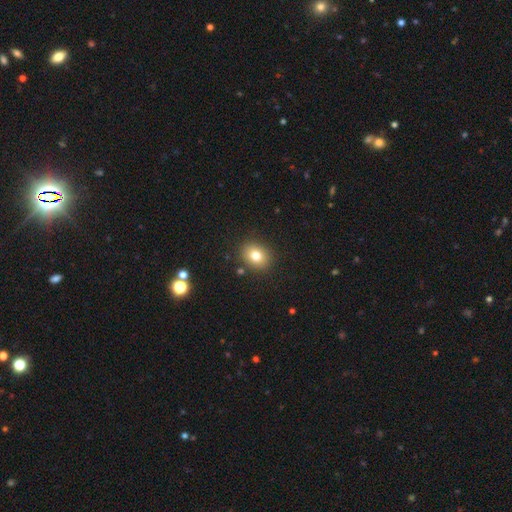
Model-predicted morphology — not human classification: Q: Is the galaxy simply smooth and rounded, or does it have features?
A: smooth — 78%.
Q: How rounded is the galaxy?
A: round — 54%.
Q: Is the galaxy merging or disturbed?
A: none — 87%.